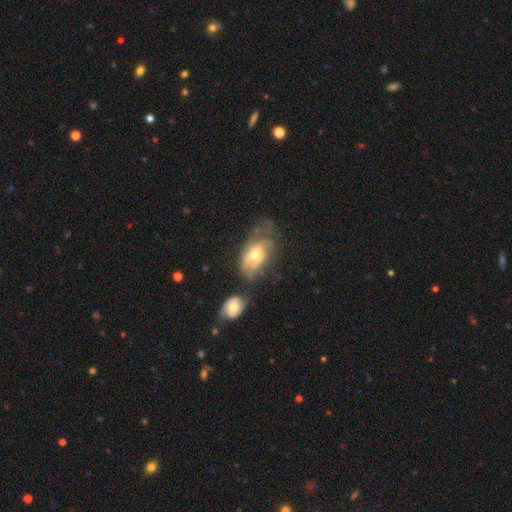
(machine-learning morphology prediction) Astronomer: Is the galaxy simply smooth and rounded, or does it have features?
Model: featured or disk — 46%, tied with smooth at 46%.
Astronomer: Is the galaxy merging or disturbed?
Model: major disturbance — 32% (runner-up: none, 29%).